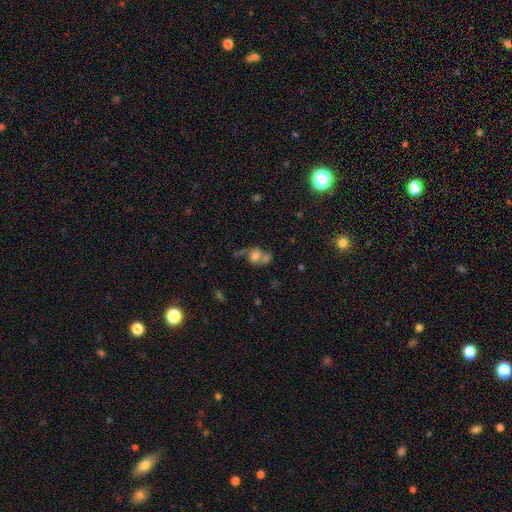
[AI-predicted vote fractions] Morphology: type=smooth (60%); roundness=round (52%); merging=merger (47%).